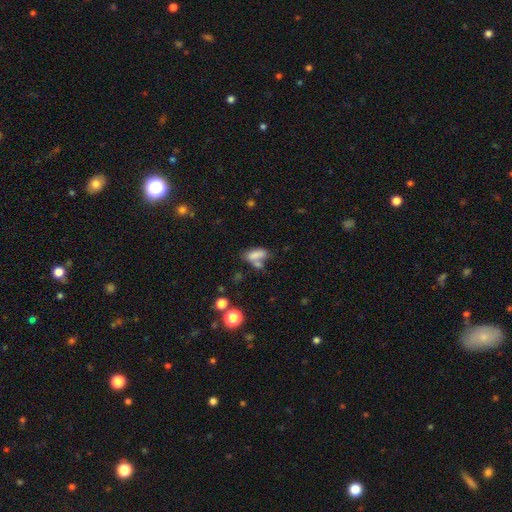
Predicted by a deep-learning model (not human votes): This appears to be a smooth galaxy with no disk features (77%) that is in between round and cigar-shaped (78%). Merging: merger (37%).